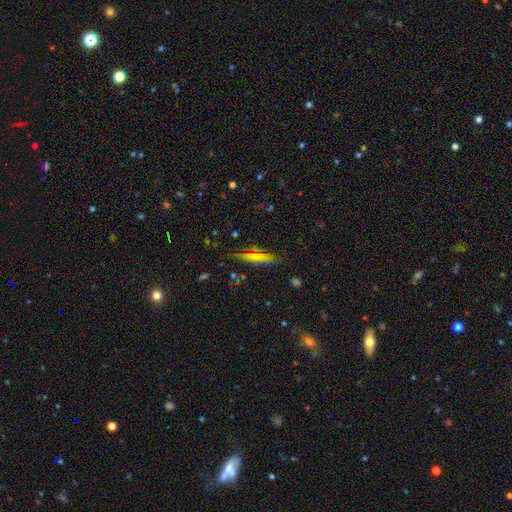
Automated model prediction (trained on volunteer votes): smooth_or_featured: smooth (p=0.57) [alt: featured or disk p=0.22]
how_rounded: in between (p=0.51) [alt: cigar-shaped p=0.43]
merging: none (p=0.79) [alt: minor disturbance p=0.15]